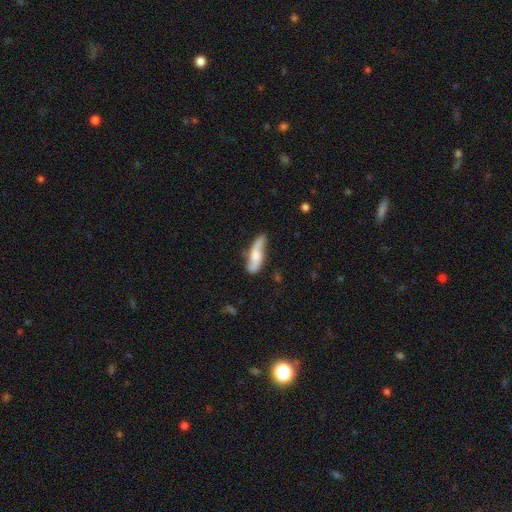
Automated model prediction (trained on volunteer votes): featured or disk 48%, smooth 45%, star or artifact 6%. Down the decision tree: merging — none (63%).